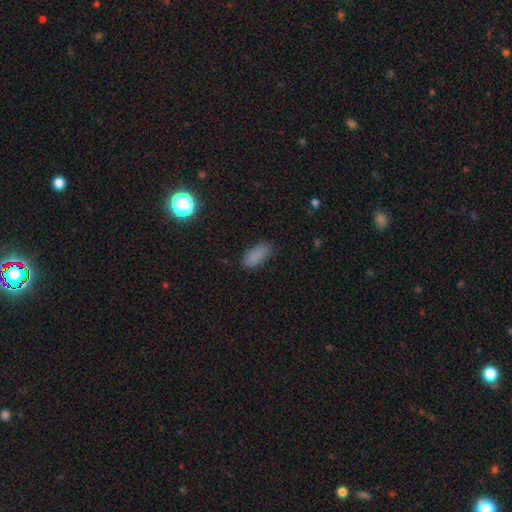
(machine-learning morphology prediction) This appears to be a smooth galaxy with no disk features (85%) that is in between round and cigar-shaped (84%). Merging: none (82%).